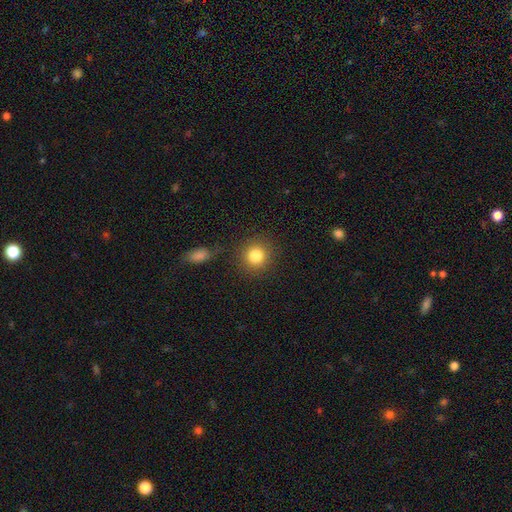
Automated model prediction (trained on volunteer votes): Smooth or featured?
  - smooth: 83% *
  - star or artifact: 10%
  - featured or disk: 6%
How rounded?
  - round: 91% *
  - in between: 8%
  - cigar-shaped: 1%
Merging?
  - none: 84% *
  - minor disturbance: 9%
  - merger: 4%
  - major disturbance: 4%